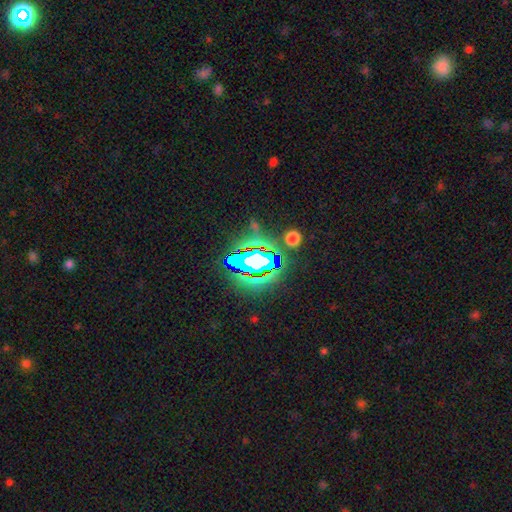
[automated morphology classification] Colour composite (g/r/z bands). It shows a star or artifact, not a galaxy (75%).